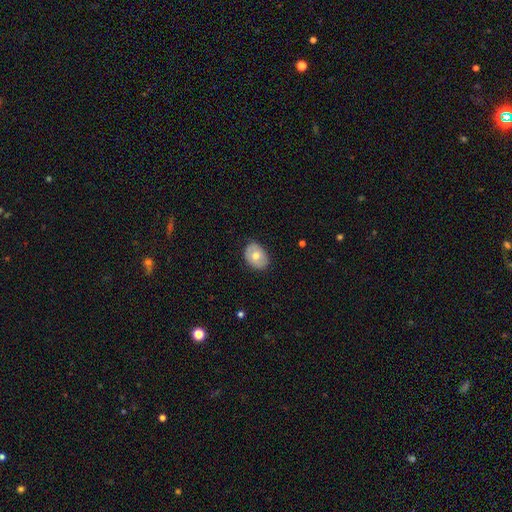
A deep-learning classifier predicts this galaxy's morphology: The model was most divided on "smooth or featured": smooth: 65%, featured or disk: 28%, star or artifact: 7%. More confident: merging — none (78%); how rounded — in between (70%).